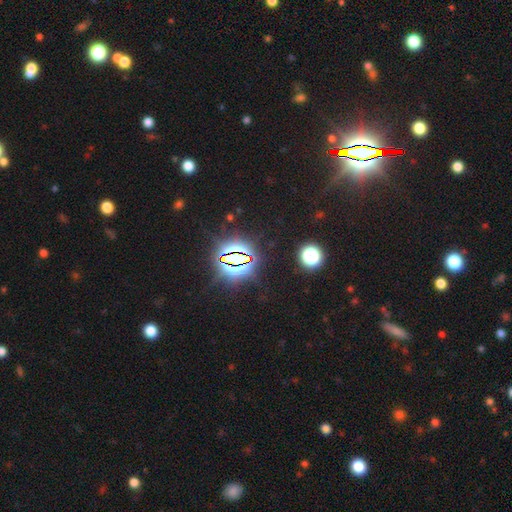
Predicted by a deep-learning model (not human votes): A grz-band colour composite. It shows a star or artifact, not a galaxy (85%).